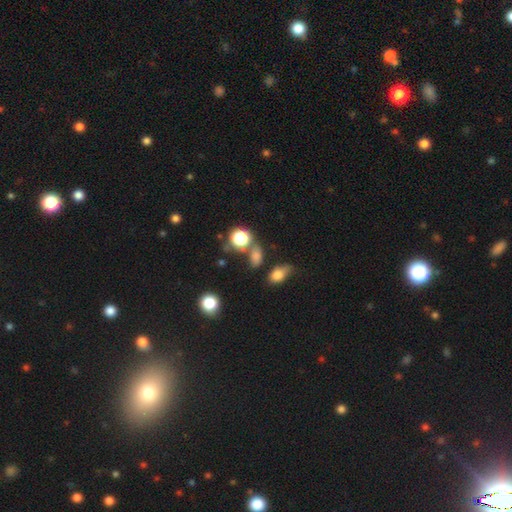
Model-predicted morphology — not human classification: Smooth or featured? Predicted: smooth (p=0.73). How rounded? Predicted: in between (p=0.58). Merging? Predicted: none (p=0.50).